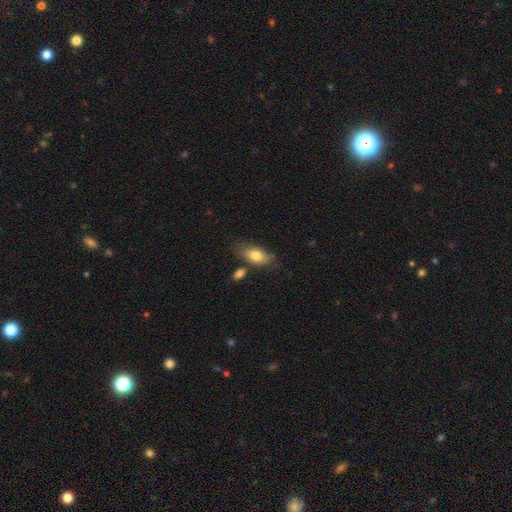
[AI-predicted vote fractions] Smooth or featured?
  - smooth: 78% *
  - featured or disk: 16%
  - star or artifact: 7%
How rounded?
  - in between: 89% *
  - cigar-shaped: 6%
  - round: 5%
Merging?
  - none: 65% *
  - minor disturbance: 18%
  - merger: 12%
  - major disturbance: 5%